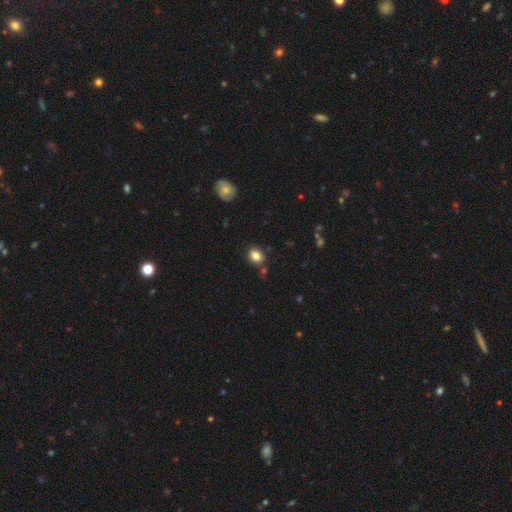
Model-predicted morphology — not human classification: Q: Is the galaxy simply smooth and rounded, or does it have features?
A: smooth — 83%.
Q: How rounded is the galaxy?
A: round — 52%.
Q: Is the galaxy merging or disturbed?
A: none — 80%.